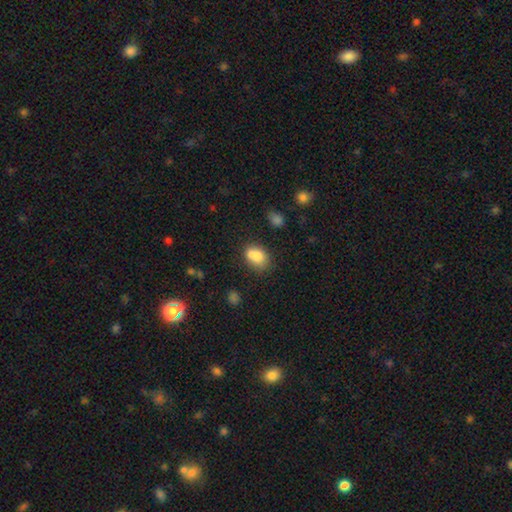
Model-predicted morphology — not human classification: Smooth or featured? Predicted: smooth (p=0.78). How rounded? Predicted: in between (p=0.74). Merging? Predicted: none (p=0.46).